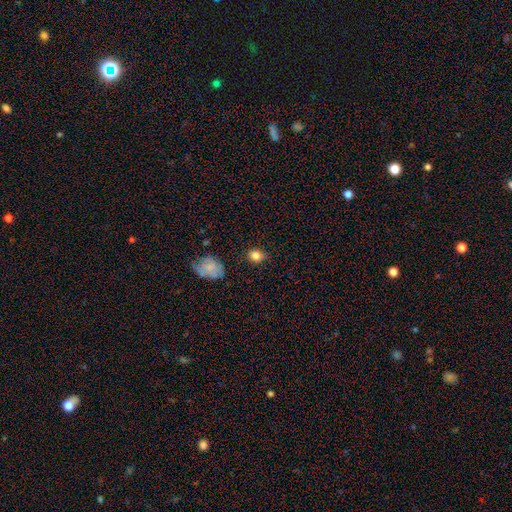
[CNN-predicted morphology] Smooth or featured?
  - smooth: 83% *
  - star or artifact: 11%
  - featured or disk: 6%
How rounded?
  - round: 59% *
  - in between: 39%
  - cigar-shaped: 1%
Merging?
  - none: 81% *
  - minor disturbance: 14%
  - major disturbance: 3%
  - merger: 2%